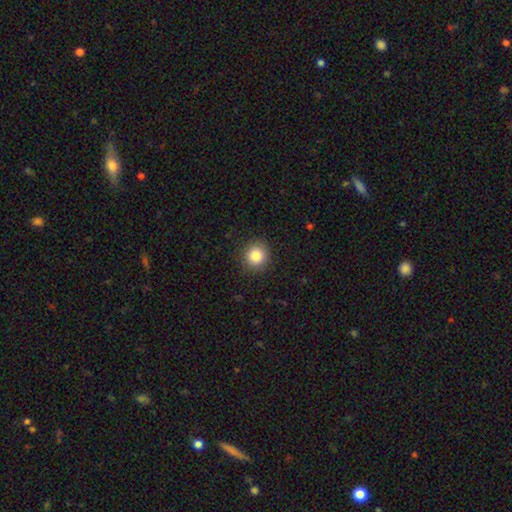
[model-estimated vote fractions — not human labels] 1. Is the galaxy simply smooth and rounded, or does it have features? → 85% smooth, 9% star or artifact, 5% featured or disk.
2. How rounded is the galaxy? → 89% round, 10% in between, 1% cigar-shaped.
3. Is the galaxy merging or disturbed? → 89% none, 7% minor disturbance, 2% major disturbance, 1% merger.